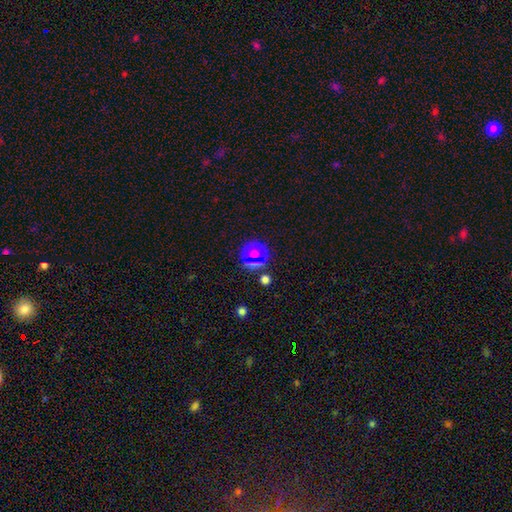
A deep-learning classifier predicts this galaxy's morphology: Smooth or featured?
  - smooth: 52% *
  - star or artifact: 40%
  - featured or disk: 8%
How rounded?
  - round: 79% *
  - in between: 19%
  - cigar-shaped: 3%
Merging?
  - none: 75% *
  - minor disturbance: 11%
  - merger: 8%
  - major disturbance: 6%